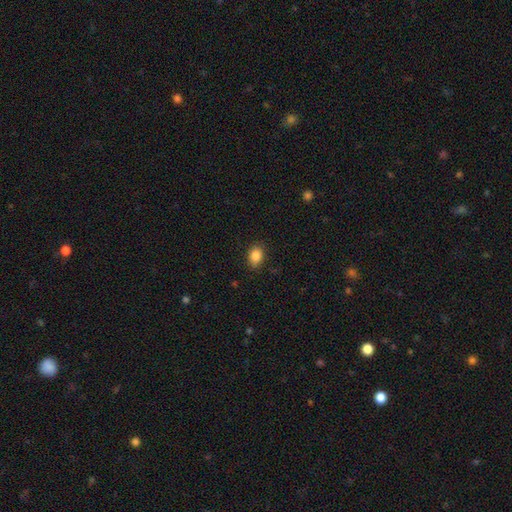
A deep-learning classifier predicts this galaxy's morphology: smooth 86%, star or artifact 9%, featured or disk 5%. Down the decision tree: how rounded — in between (71%); merging — none (87%).